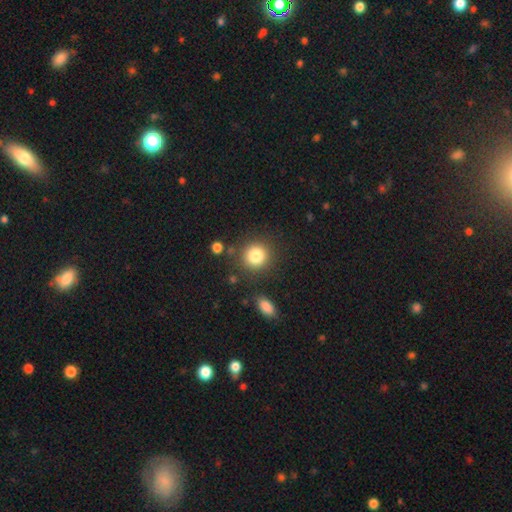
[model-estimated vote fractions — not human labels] This is clearly a smooth galaxy (82%). How rounded: clearly round (89%). Merging: clearly none (83%).